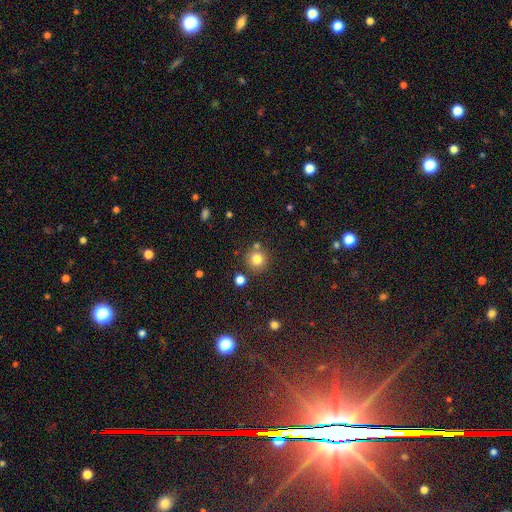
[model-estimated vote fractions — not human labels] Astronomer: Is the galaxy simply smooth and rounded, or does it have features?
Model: smooth — 78%.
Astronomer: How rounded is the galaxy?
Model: round — 93%.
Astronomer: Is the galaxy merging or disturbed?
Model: none — 77%.